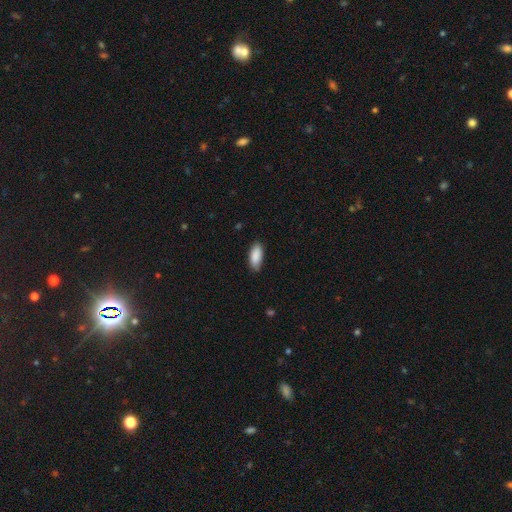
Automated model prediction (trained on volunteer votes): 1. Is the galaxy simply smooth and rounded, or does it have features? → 89% smooth, 6% star or artifact, 5% featured or disk.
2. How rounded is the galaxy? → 86% in between, 13% cigar-shaped, 2% round.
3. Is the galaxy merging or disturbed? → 81% none, 16% minor disturbance, 2% major disturbance, 1% merger.